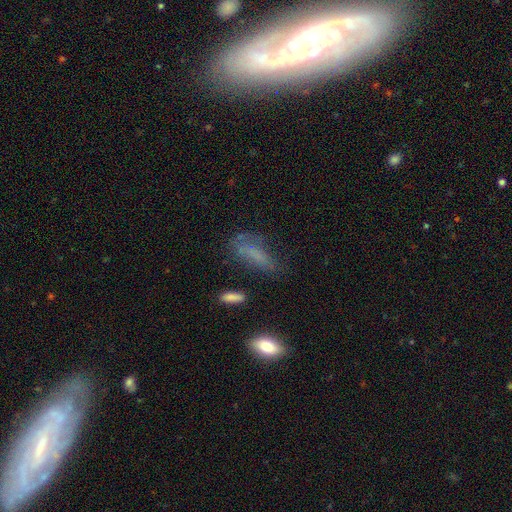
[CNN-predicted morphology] Smooth or featured?
  - smooth: 51% *
  - featured or disk: 32%
  - star or artifact: 17%
How rounded?
  - in between: 64% *
  - cigar-shaped: 31%
  - round: 5%
Merging?
  - none: 46% *
  - minor disturbance: 26%
  - major disturbance: 23%
  - merger: 4%